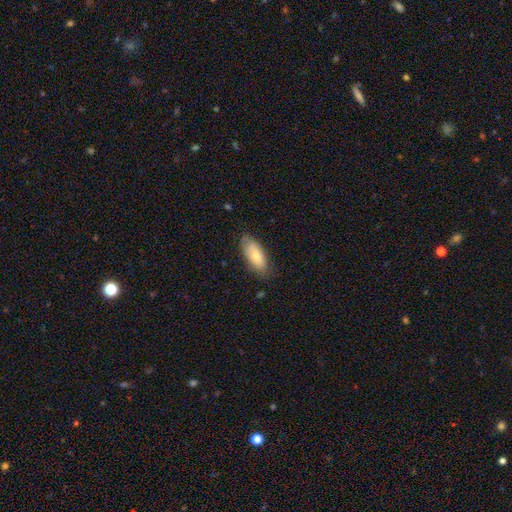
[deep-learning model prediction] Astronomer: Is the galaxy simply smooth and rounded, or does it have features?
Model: smooth — 77%.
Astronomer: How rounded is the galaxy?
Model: in between — 82%.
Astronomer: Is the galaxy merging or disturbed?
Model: none — 77%.